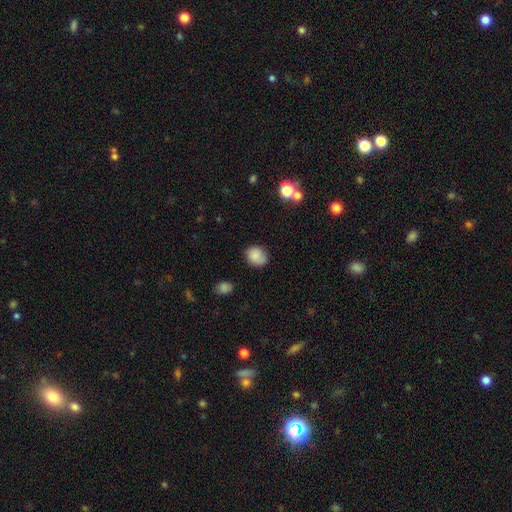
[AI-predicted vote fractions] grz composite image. It shows a smooth galaxy with no disk features (82%) that is round (63%). Merging: none (77%).